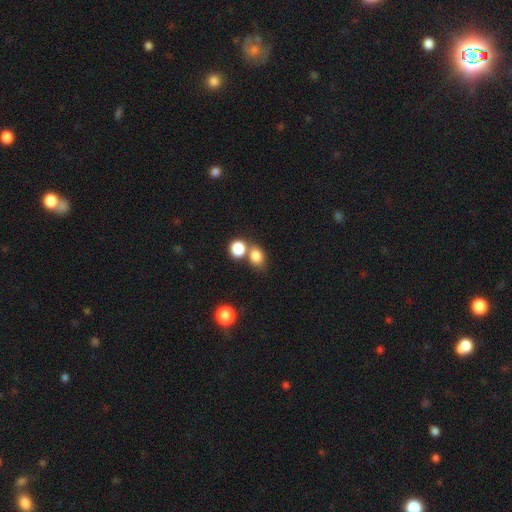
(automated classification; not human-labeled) This appears to be a smooth galaxy with no disk features (81%) that is round (51%). Merging: none (49%).